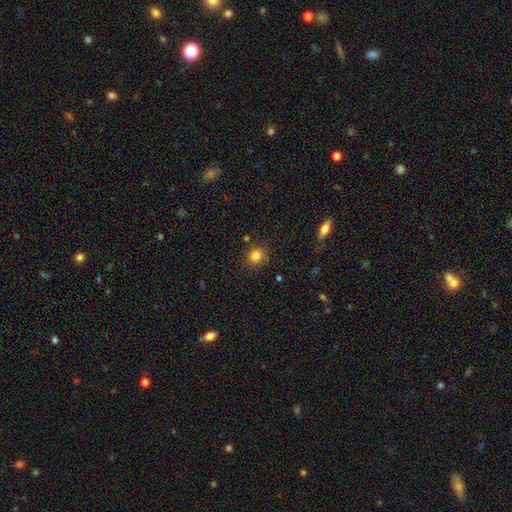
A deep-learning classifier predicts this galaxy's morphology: Overall: smooth (83%). How rounded: round (83%). Merging: none (83%).